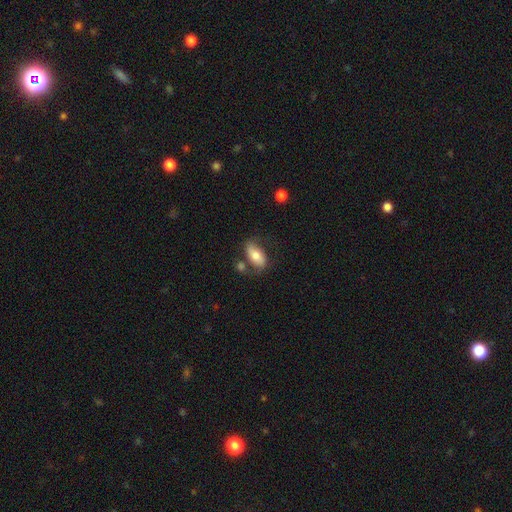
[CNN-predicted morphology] Q: Smooth or featured?
A: smooth (62%); runner-up: featured or disk (31%)
Q: How rounded?
A: in between (88%); runner-up: cigar-shaped (7%)
Q: Merging?
A: none (55%); runner-up: minor disturbance (22%)